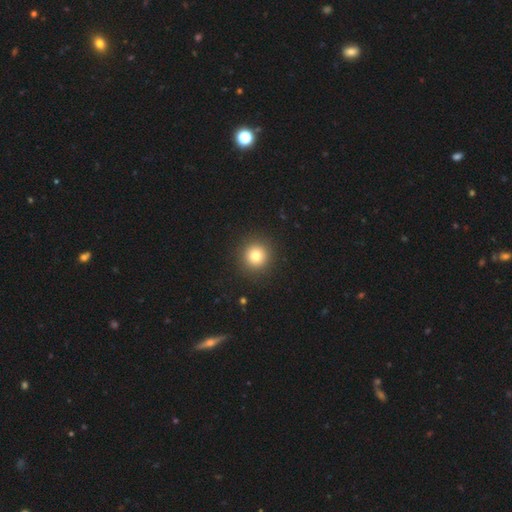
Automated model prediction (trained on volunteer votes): A smooth galaxy with no disk features (81%) that is round (95%).

Vote fractions:
- Smooth or featured? smooth: 81% / star or artifact: 12% / featured or disk: 8%
- How rounded? round: 95% / in between: 4% / cigar-shaped: 1%
- Merging? none: 92% / minor disturbance: 5% / major disturbance: 2% / merger: 1%